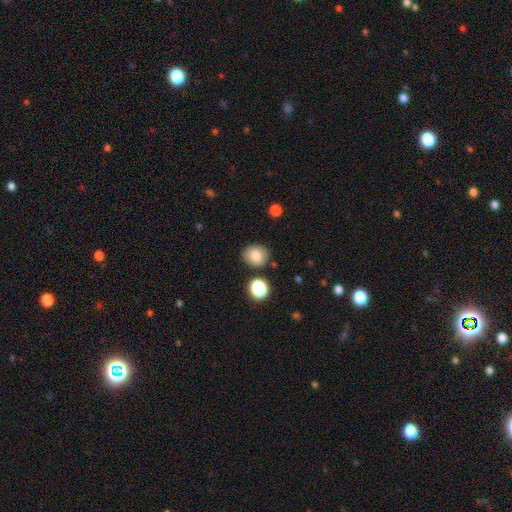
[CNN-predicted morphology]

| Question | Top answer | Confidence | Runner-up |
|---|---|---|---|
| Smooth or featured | smooth | 80% | star or artifact (11%) |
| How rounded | round | 63% | in between (36%) |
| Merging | none | 81% | minor disturbance (11%) |